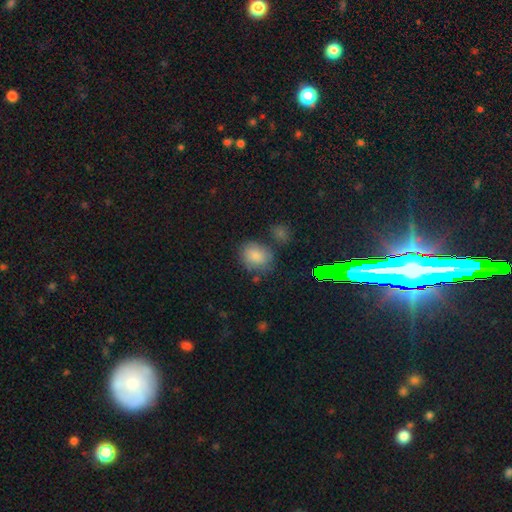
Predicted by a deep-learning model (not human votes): smooth-or-featured: smooth: 81% | star or artifact: 10% | featured or disk: 9%
  how-rounded: in between: 53% | round: 46% | cigar-shaped: 1%
  merging: none: 62% | minor disturbance: 20% | merger: 11% | major disturbance: 7%